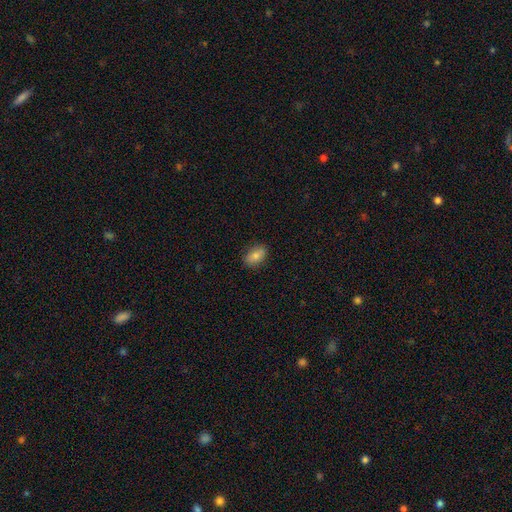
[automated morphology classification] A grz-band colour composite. It shows a smooth galaxy with no disk features (83%) that is in between round and cigar-shaped (89%). Merging: none (86%).